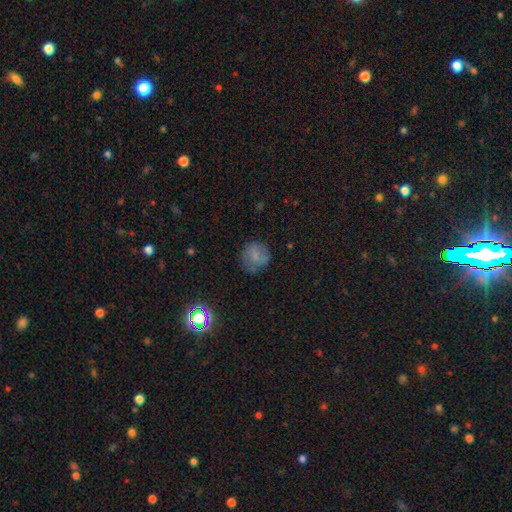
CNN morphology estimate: This is likely a smooth galaxy (67%). How rounded: clearly round (86%). Merging: likely none (72%).